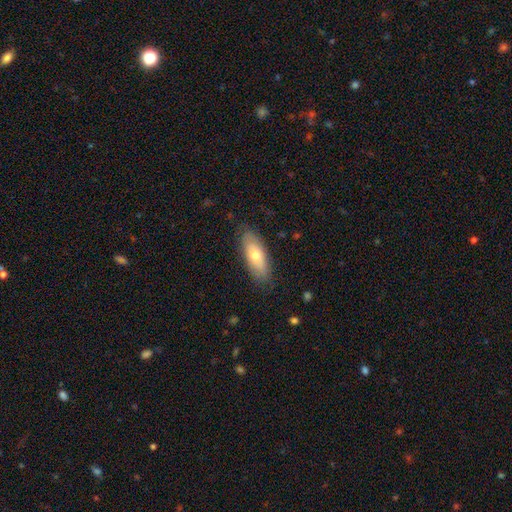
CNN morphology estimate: smooth_or_featured: smooth (p=0.63) [alt: featured or disk p=0.30]
how_rounded: in between (p=0.73) [alt: cigar-shaped p=0.25]
merging: none (p=0.82) [alt: minor disturbance p=0.14]